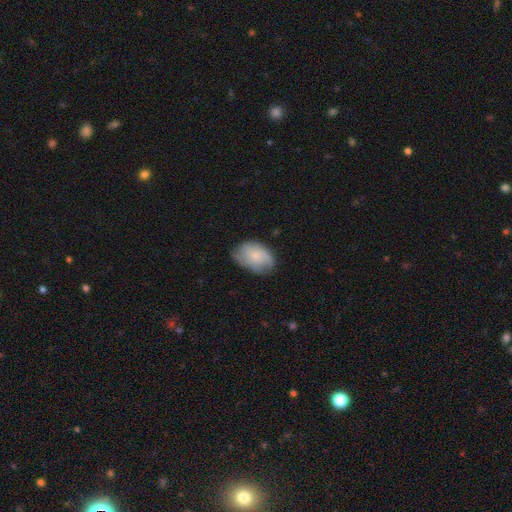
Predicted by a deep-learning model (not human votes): smooth-or-featured: smooth: 58% | featured or disk: 35% | star or artifact: 7%
  how-rounded: in between: 84% | round: 14% | cigar-shaped: 1%
  merging: none: 60% | minor disturbance: 30% | major disturbance: 9% | merger: 1%